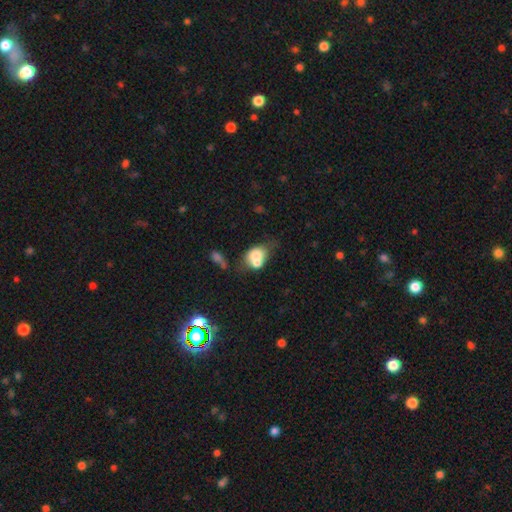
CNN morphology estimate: A smooth galaxy with no disk features (67%) that is in between round and cigar-shaped (59%). Merging: merger (54%).